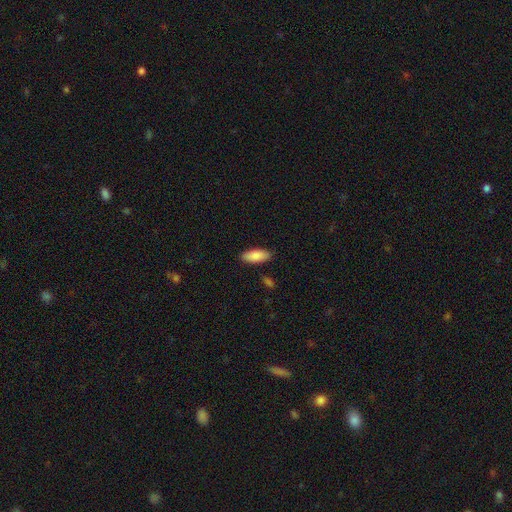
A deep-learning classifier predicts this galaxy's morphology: A smooth galaxy with no disk features (86%) that is in between round and cigar-shaped (79%).

Vote fractions:
- Smooth or featured? smooth: 86% / featured or disk: 8% / star or artifact: 6%
- How rounded? in between: 79% / cigar-shaped: 19% / round: 2%
- Merging? none: 87% / minor disturbance: 9% / major disturbance: 2% / merger: 2%